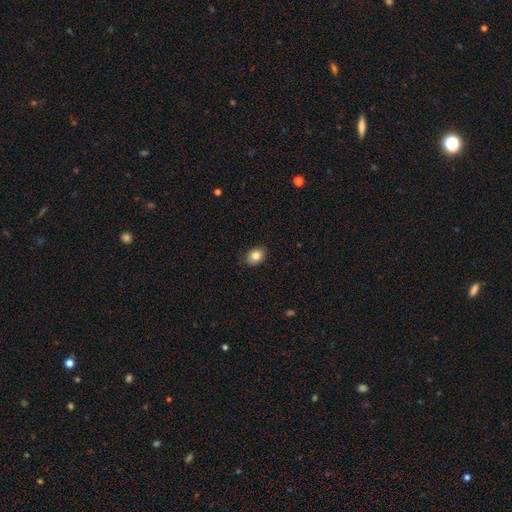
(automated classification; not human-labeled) Overall: smooth (84%). How rounded: in between (60%; round 39%). Merging: none (84%).